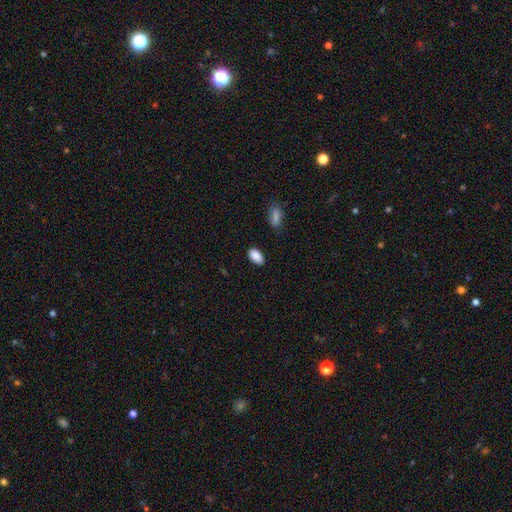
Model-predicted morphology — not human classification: Q: Smooth or featured?
A: smooth (89%); runner-up: star or artifact (7%)
Q: How rounded?
A: in between (93%); runner-up: round (5%)
Q: Merging?
A: none (86%); runner-up: minor disturbance (11%)